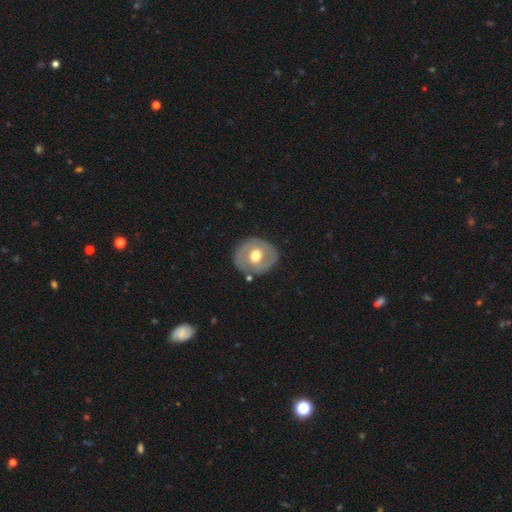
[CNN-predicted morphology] The model was most divided on "spiral arms": no: 54%, yes: 46%. More confident: edge-on disk — no (96%); merging — none (78%); bulge size — moderate (75%); bar — no (67%); smooth or featured — featured or disk (59%).